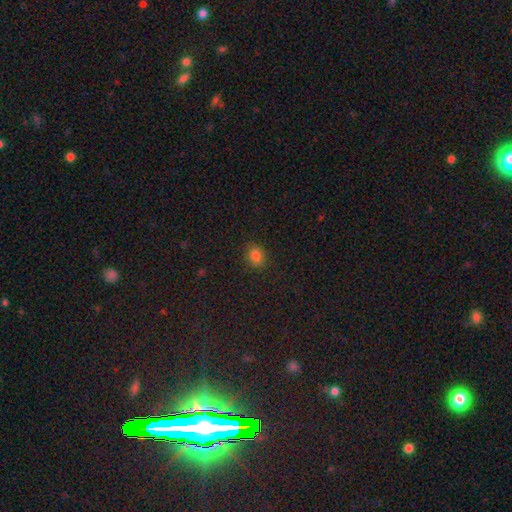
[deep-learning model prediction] Overall: smooth (83%). How rounded: round (54%; in between 45%). Merging: none (87%).